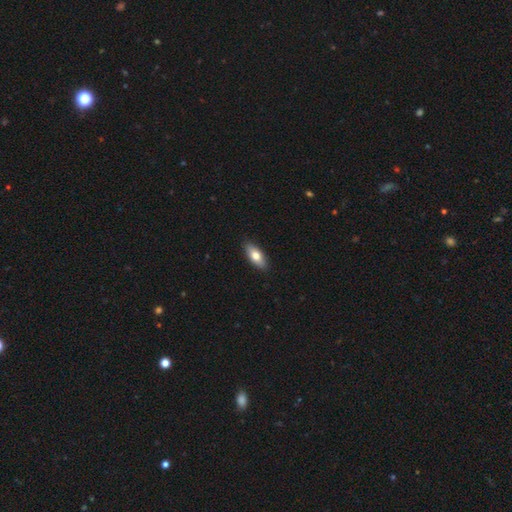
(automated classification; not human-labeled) smooth-or-featured: smooth: 74% | featured or disk: 20% | star or artifact: 6%
  how-rounded: in between: 81% | cigar-shaped: 17% | round: 3%
  merging: none: 89% | minor disturbance: 9% | major disturbance: 2% | merger: 1%